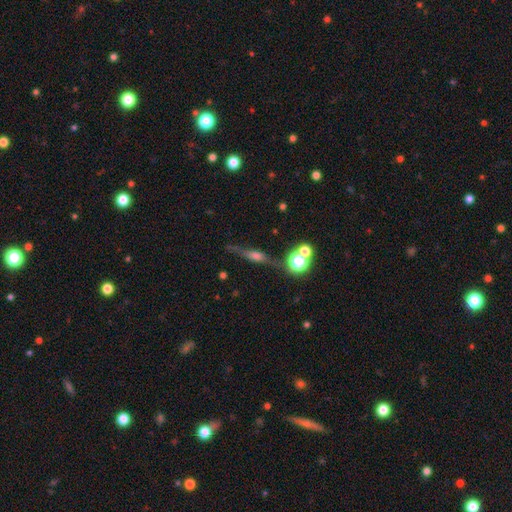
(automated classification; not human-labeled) This appears to be a featured or disk galaxy (66%) viewed edge-on (92%) with a rounded central bulge (83%). Merging: none (73%).